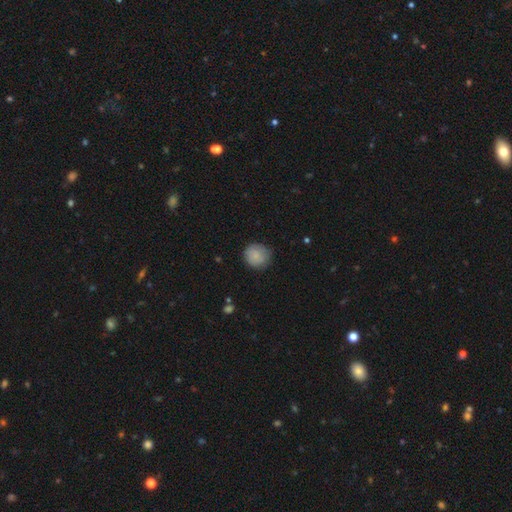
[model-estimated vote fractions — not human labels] A smooth galaxy with no disk features (82%) that is round (89%).

Vote fractions:
- Smooth or featured? smooth: 82% / featured or disk: 11% / star or artifact: 7%
- How rounded? round: 89% / in between: 10% / cigar-shaped: 1%
- Merging? none: 79% / minor disturbance: 16% / major disturbance: 4% / merger: 1%